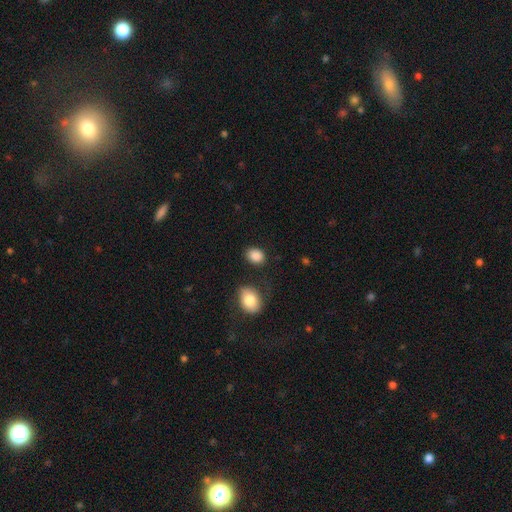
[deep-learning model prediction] smooth-or-featured: smooth: 88% | star or artifact: 8% | featured or disk: 4%
  how-rounded: in between: 56% | round: 43% | cigar-shaped: 1%
  merging: none: 80% | minor disturbance: 12% | merger: 4% | major disturbance: 4%